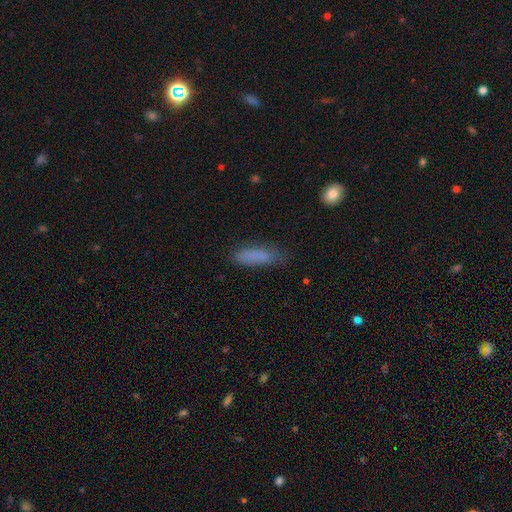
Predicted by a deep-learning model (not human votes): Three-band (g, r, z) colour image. It shows a smooth galaxy with no disk features (82%) that is cigar-shaped (50%). Merging: none (69%).